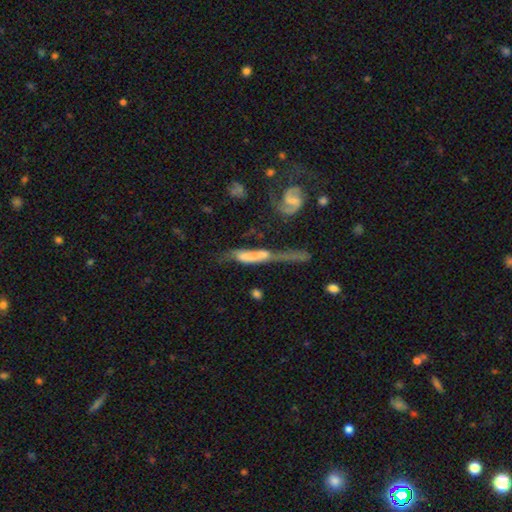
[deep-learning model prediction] This appears to be a featured or disk galaxy (53%). Merging: merger (34%).